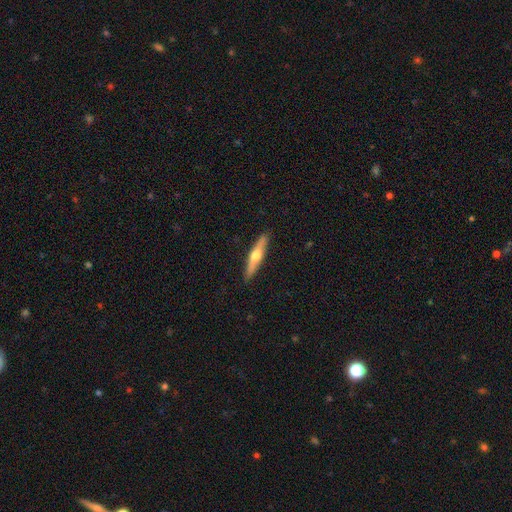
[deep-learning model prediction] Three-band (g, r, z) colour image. It shows a featured or disk galaxy (57%) viewed edge-on (94%) with a rounded central bulge (93%). Merging: none (89%).